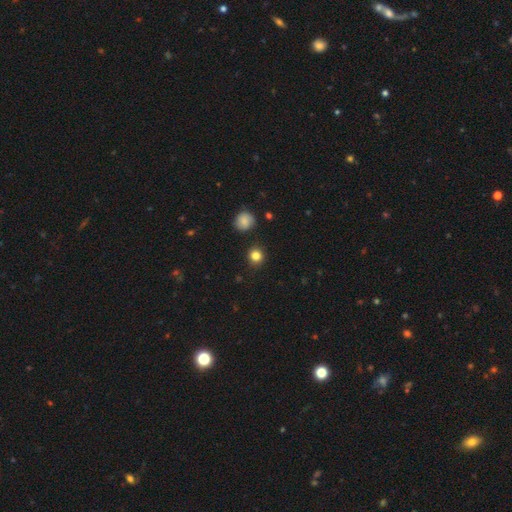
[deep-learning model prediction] A smooth galaxy with no disk features (83%) that is round (90%).

Vote fractions:
- Smooth or featured? smooth: 83% / star or artifact: 12% / featured or disk: 5%
- How rounded? round: 90% / in between: 9% / cigar-shaped: 1%
- Merging? none: 89% / minor disturbance: 7% / major disturbance: 2% / merger: 2%